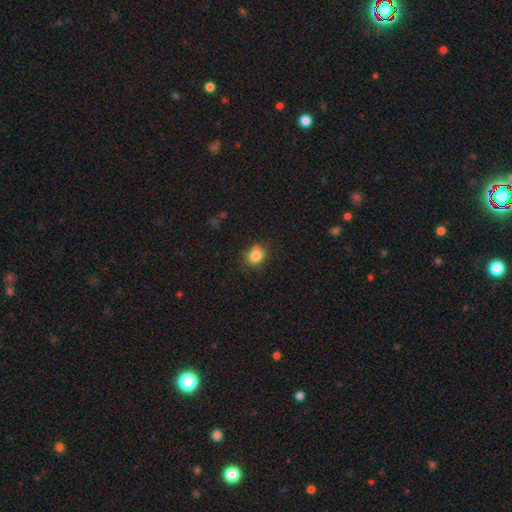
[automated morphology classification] smooth 82%, star or artifact 11%, featured or disk 7%. Down the decision tree: how rounded — round (73%); merging — none (66%).